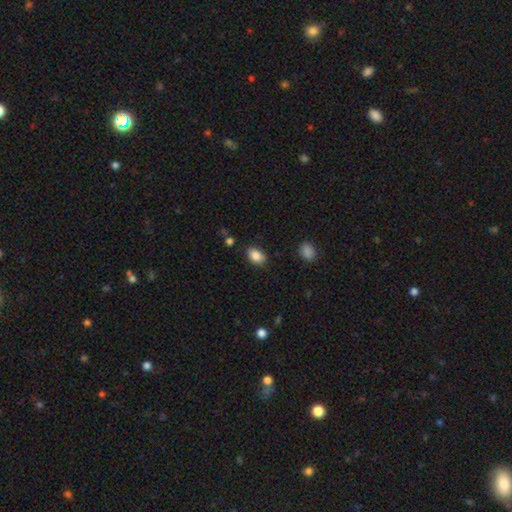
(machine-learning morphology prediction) Smooth or featured? Predicted: smooth (p=0.87). How rounded? Predicted: in between (p=0.84). Merging? Predicted: none (p=0.82).